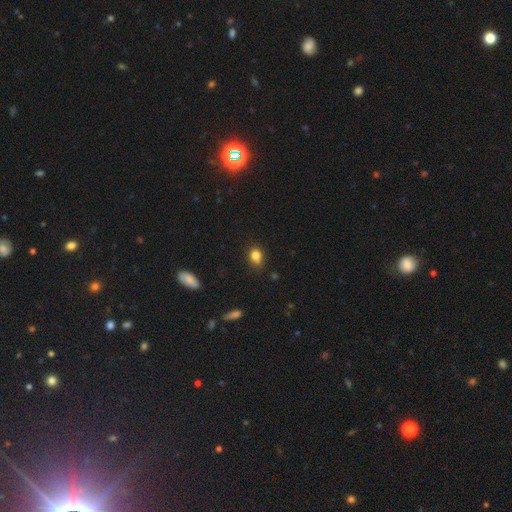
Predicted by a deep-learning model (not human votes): A smooth galaxy with no disk features (82%) that is in between round and cigar-shaped (51%). Merging: none (70%).